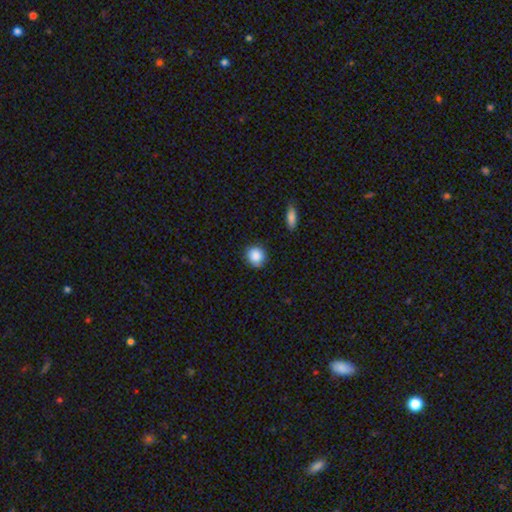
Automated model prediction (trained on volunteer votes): Q: Smooth or featured?
A: smooth (88%); runner-up: star or artifact (8%)
Q: How rounded?
A: round (88%); runner-up: in between (11%)
Q: Merging?
A: none (87%); runner-up: minor disturbance (9%)